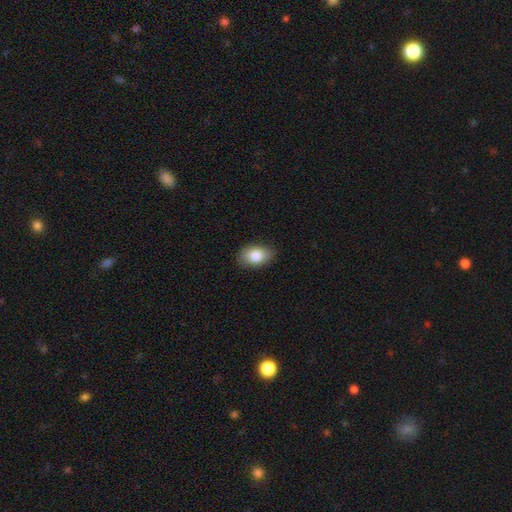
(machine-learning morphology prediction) This is clearly a smooth galaxy (83%). How rounded: clearly in between (88%). Merging: clearly none (85%).